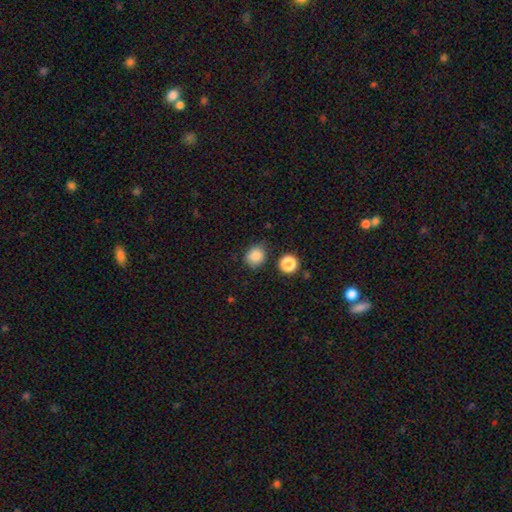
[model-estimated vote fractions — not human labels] A smooth galaxy with no disk features (84%) that is round (72%). Merging: none (76%).